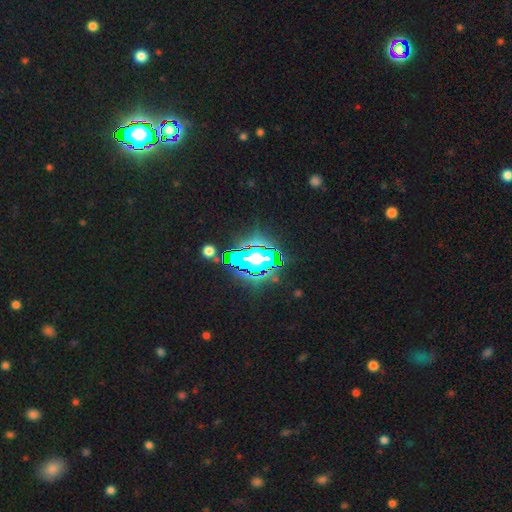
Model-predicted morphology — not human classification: The model was most divided on "smooth or featured": star or artifact: 67%, smooth: 17%, featured or disk: 16%.